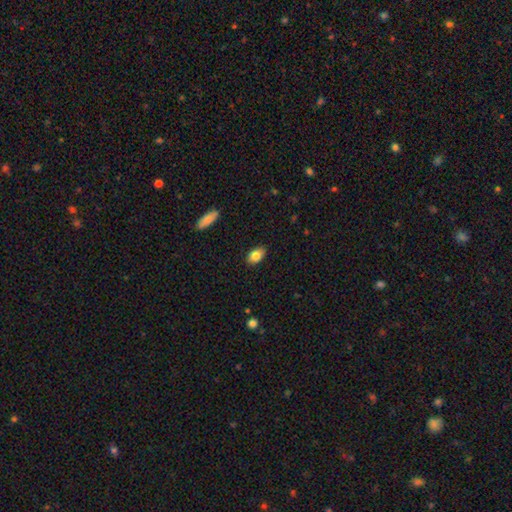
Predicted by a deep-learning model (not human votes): Smooth or featured: smooth — 83% (featured or disk — 9%)
How rounded: in between — 87% (round — 11%)
Merging: none — 86% (minor disturbance — 11%)